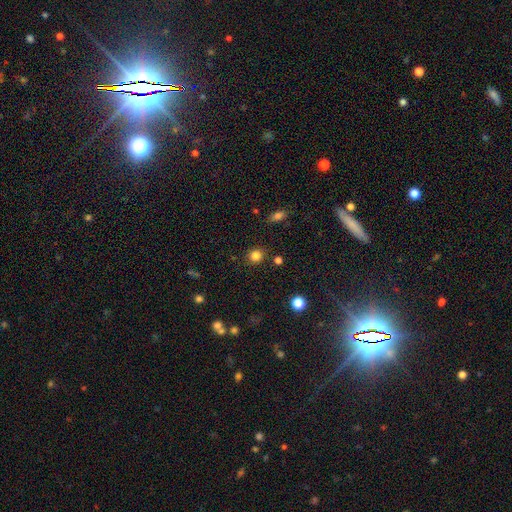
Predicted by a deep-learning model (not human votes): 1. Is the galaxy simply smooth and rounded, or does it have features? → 83% smooth, 13% star or artifact, 5% featured or disk.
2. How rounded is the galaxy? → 87% round, 12% in between, 1% cigar-shaped.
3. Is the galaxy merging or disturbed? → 87% none, 8% minor disturbance, 3% merger, 2% major disturbance.